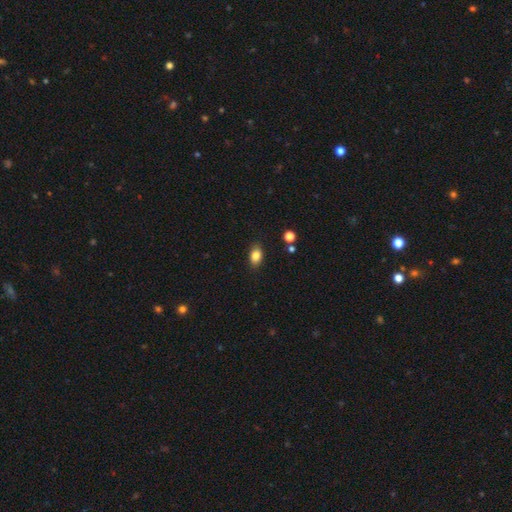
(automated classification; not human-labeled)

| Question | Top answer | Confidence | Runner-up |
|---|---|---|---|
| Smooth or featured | smooth | 84% | star or artifact (9%) |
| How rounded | in between | 84% | round (14%) |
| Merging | none | 86% | minor disturbance (10%) |